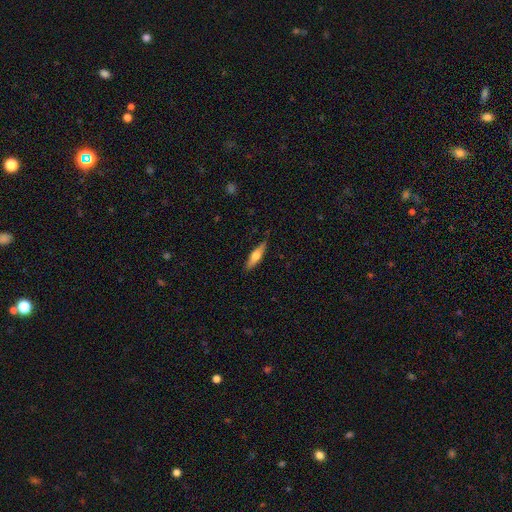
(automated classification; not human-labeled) Smooth or featured? Predicted: smooth (p=0.50). How rounded? Predicted: cigar-shaped (p=0.69). Merging? Predicted: none (p=0.86).